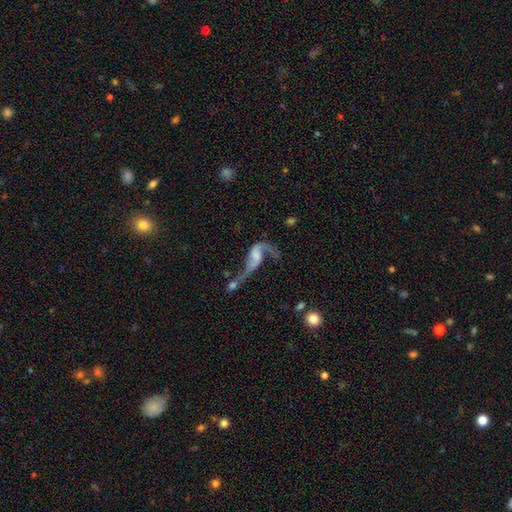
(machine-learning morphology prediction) This is likely a featured or disk galaxy (73%). It is clearly not viewed edge-on (95%). Bar: possibly no (56%). Spiral arm pattern: clearly yes (84%). Spiral arm count: likely 2 (74%). Spiral winding: clearly loose (87%). Central bulge: possibly none (47%). Merging: possibly merger (49%).